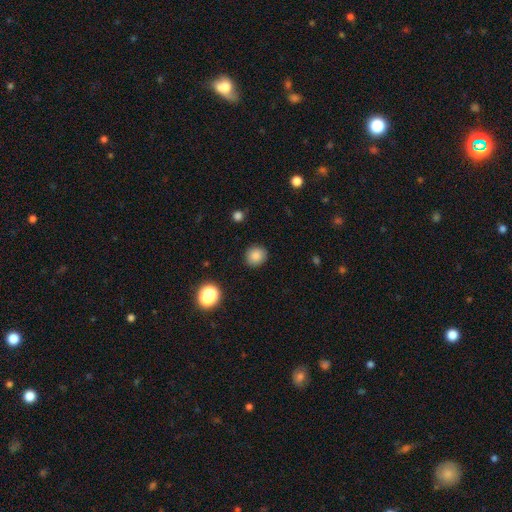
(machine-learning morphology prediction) Q: Smooth or featured?
A: smooth (84%); runner-up: star or artifact (11%)
Q: How rounded?
A: round (85%); runner-up: in between (14%)
Q: Merging?
A: none (89%); runner-up: minor disturbance (7%)